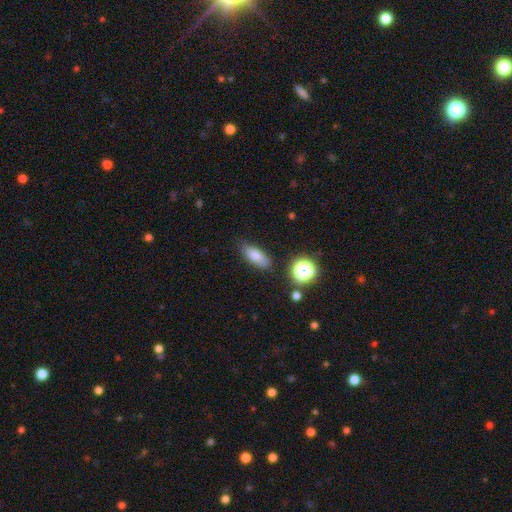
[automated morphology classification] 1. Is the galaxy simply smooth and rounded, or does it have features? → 79% smooth, 11% featured or disk, 11% star or artifact.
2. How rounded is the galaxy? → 75% in between, 19% cigar-shaped, 6% round.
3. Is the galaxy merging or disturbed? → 80% none, 14% minor disturbance, 3% major disturbance, 3% merger.